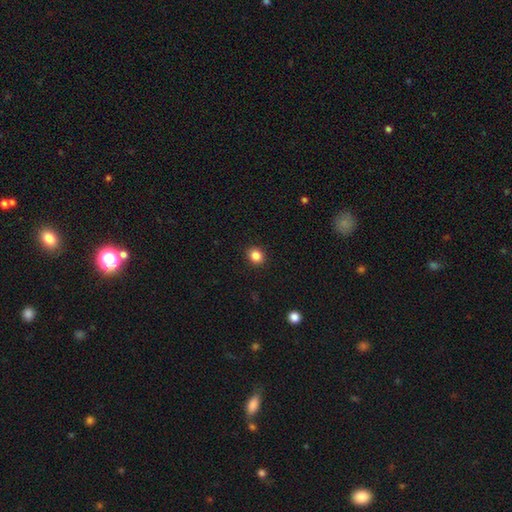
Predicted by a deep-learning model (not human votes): Smooth or featured: smooth — 86% (star or artifact — 11%)
How rounded: round — 75% (in between — 24%)
Merging: none — 92% (minor disturbance — 5%)